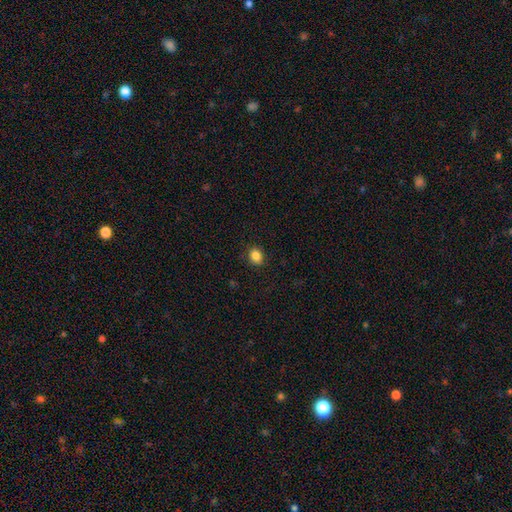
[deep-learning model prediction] The model was most divided on "how rounded": round: 52%, in between: 47%, cigar-shaped: 1%. More confident: merging — none (89%); smooth or featured — smooth (85%).